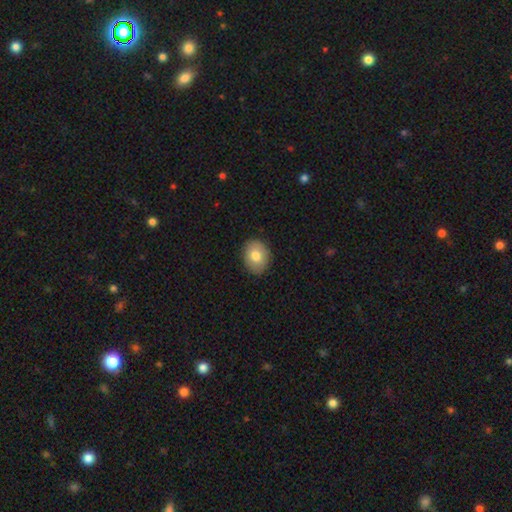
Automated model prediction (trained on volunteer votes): Smooth or featured?
  - smooth: 79% *
  - featured or disk: 14%
  - star or artifact: 7%
How rounded?
  - in between: 60% *
  - round: 40%
  - cigar-shaped: 1%
Merging?
  - none: 88% *
  - minor disturbance: 9%
  - major disturbance: 2%
  - merger: 1%